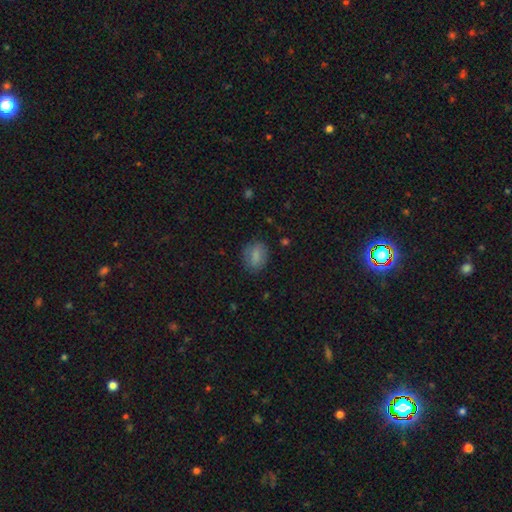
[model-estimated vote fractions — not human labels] A smooth galaxy with no disk features (81%) that is in between round and cigar-shaped (61%).

Vote fractions:
- Smooth or featured? smooth: 81% / featured or disk: 10% / star or artifact: 9%
- How rounded? in between: 61% / round: 38% / cigar-shaped: 2%
- Merging? none: 78% / minor disturbance: 16% / major disturbance: 5% / merger: 1%